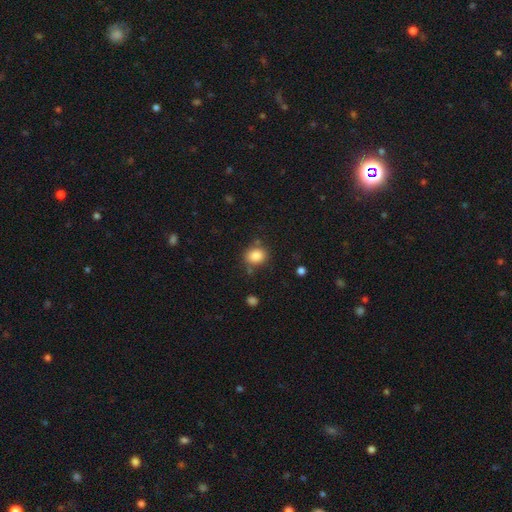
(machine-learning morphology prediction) Q: Smooth or featured?
A: smooth (85%); runner-up: star or artifact (10%)
Q: How rounded?
A: round (54%); runner-up: in between (45%)
Q: Merging?
A: none (76%); runner-up: minor disturbance (14%)